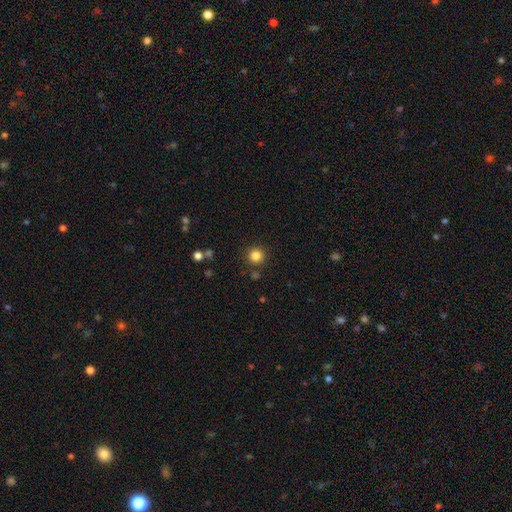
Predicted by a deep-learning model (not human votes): Q: Smooth or featured?
A: smooth (84%); runner-up: star or artifact (12%)
Q: How rounded?
A: round (95%); runner-up: in between (4%)
Q: Merging?
A: none (88%); runner-up: minor disturbance (6%)